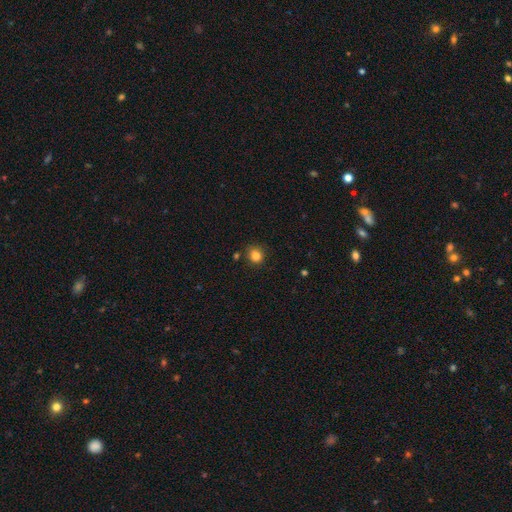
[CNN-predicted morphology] Overall: smooth (84%). How rounded: round (81%). Merging: none (83%).